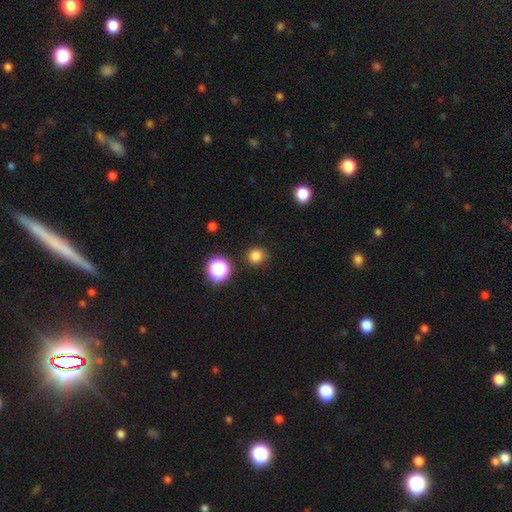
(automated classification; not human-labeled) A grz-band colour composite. It shows a smooth galaxy with no disk features (80%) that is round (92%). Merging: none (88%).